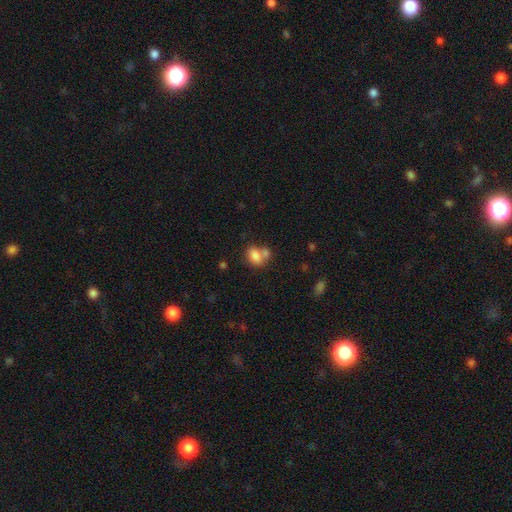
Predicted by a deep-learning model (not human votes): smooth 81%, star or artifact 10%, featured or disk 9%. Down the decision tree: how rounded — in between (77%); merging — merger (44%).